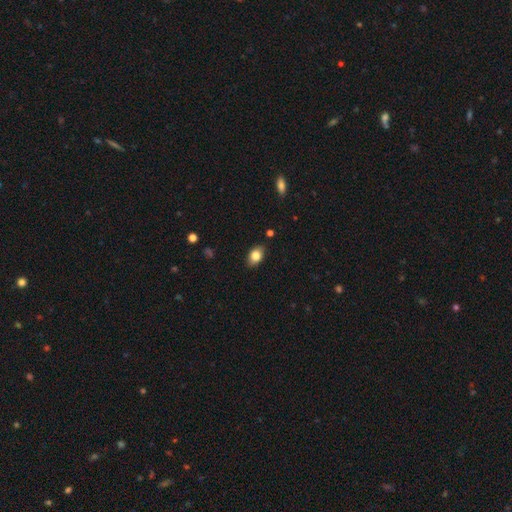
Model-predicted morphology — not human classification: This appears to be a smooth galaxy with no disk features (82%) that is in between round and cigar-shaped (83%). Merging: none (85%).